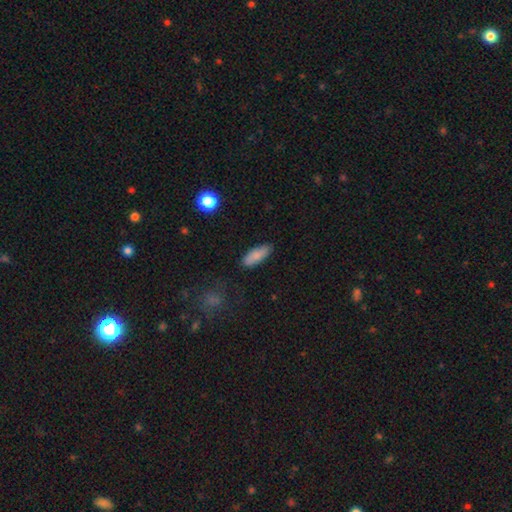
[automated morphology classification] Smooth or featured: smooth — 85% (featured or disk — 8%)
How rounded: in between — 69% (cigar-shaped — 29%)
Merging: none — 83% (minor disturbance — 13%)